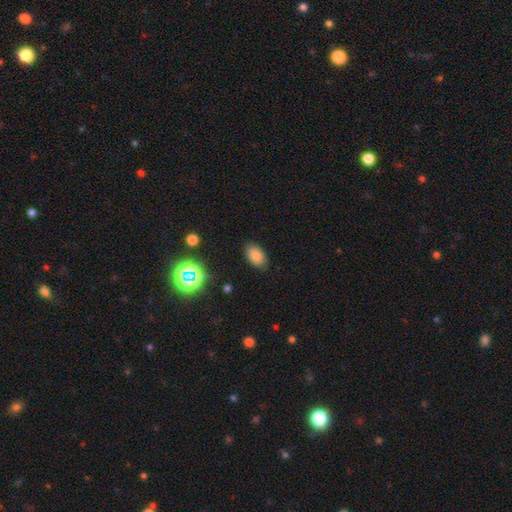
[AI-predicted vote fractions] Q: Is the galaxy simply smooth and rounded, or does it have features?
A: smooth — 79%.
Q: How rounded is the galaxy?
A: in between — 91%.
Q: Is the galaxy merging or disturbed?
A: none — 84%.